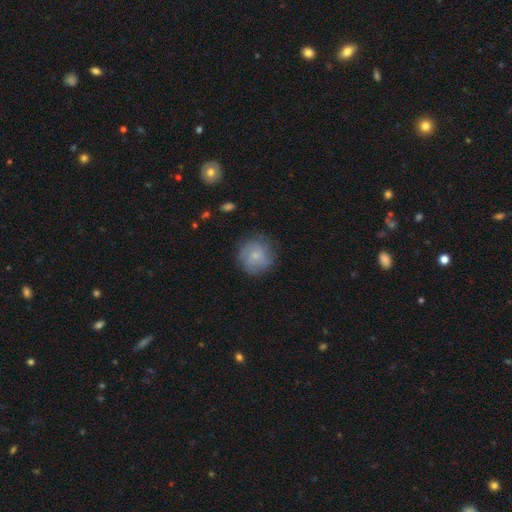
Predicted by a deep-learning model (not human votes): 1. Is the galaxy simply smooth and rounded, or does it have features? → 51% smooth, 41% featured or disk, 8% star or artifact.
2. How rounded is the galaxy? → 91% round, 8% in between, 1% cigar-shaped.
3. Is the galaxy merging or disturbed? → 77% none, 16% minor disturbance, 6% major disturbance, 1% merger.